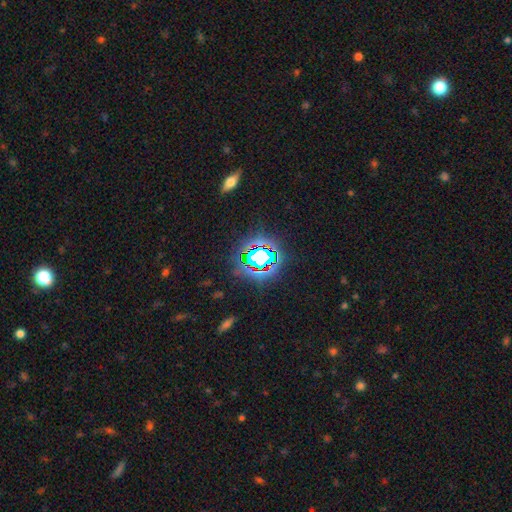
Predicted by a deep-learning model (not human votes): A star or artifact, not a galaxy (79%).

Vote fractions:
- Smooth or featured? star or artifact: 79% / smooth: 13% / featured or disk: 7%